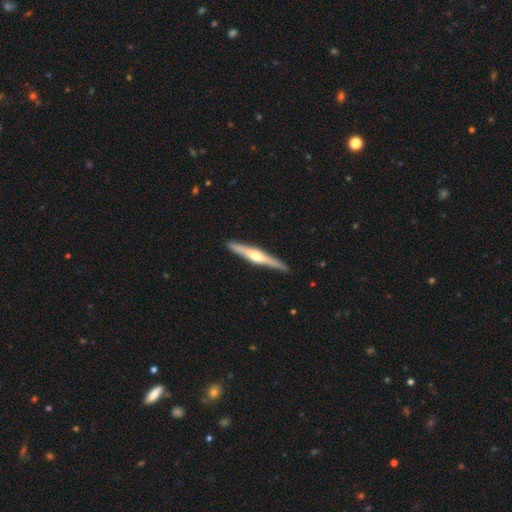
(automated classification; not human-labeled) featured or disk 71%, smooth 25%, star or artifact 5%. Down the decision tree: edge-on disk — yes (98%); edge-on bulge — rounded (86%); merging — none (89%).